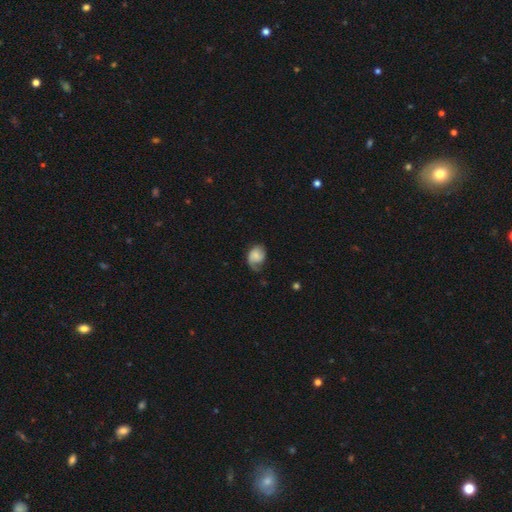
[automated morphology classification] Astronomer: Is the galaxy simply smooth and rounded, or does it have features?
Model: smooth — 51% (runner-up: featured or disk, 41%).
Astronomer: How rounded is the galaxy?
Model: in between — 63%.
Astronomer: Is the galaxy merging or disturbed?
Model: none — 44% (runner-up: minor disturbance, 34%).